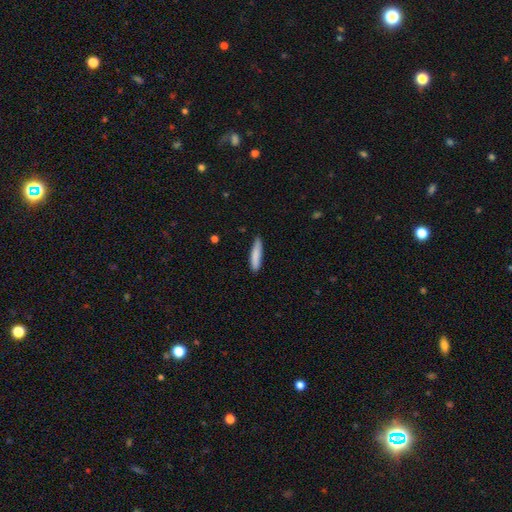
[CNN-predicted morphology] smooth_or_featured: smooth (p=0.85) [alt: featured or disk p=0.10]
how_rounded: cigar-shaped (p=0.85) [alt: in between p=0.14]
merging: none (p=0.84) [alt: minor disturbance p=0.13]